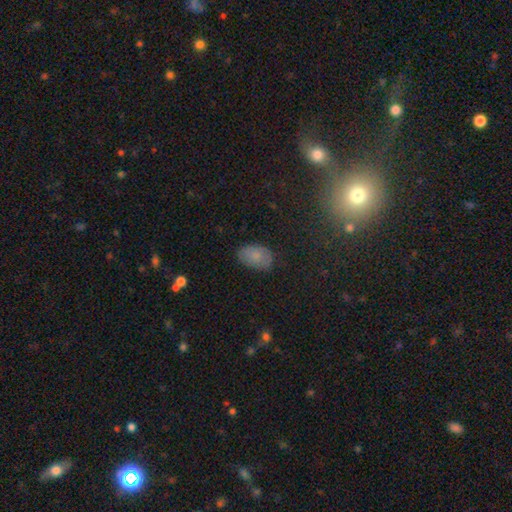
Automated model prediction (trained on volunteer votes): Smooth or featured? smooth (77%)
How rounded? in between (89%)
Merging? none (77%)